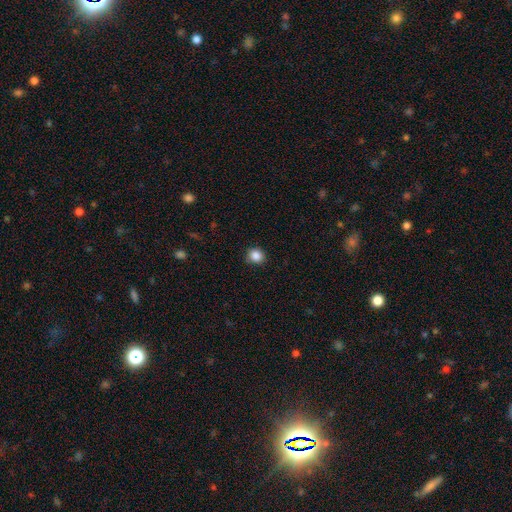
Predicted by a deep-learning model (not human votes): Q: Smooth or featured?
A: smooth (87%); runner-up: star or artifact (10%)
Q: How rounded?
A: round (85%); runner-up: in between (14%)
Q: Merging?
A: none (86%); runner-up: minor disturbance (10%)